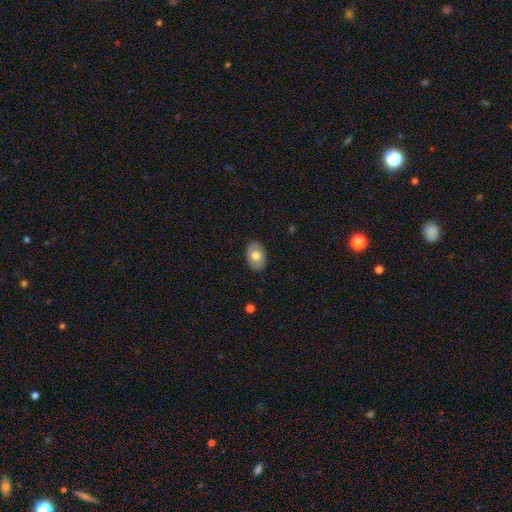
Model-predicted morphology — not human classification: smooth 69%, featured or disk 25%, star or artifact 6%. Down the decision tree: how rounded — in between (84%); merging — none (87%).